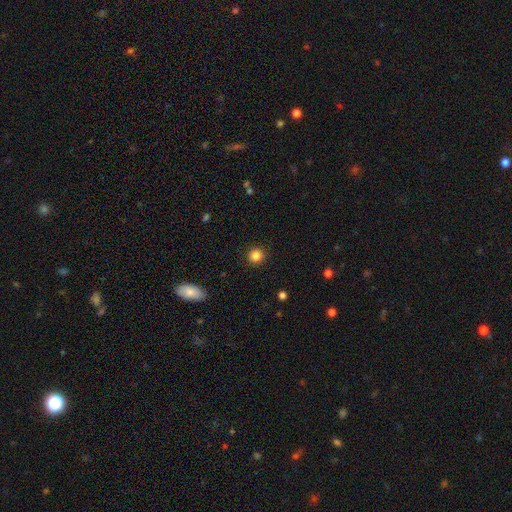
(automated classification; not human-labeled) Morphology: type=smooth (85%); roundness=round (92%); merging=none (91%).